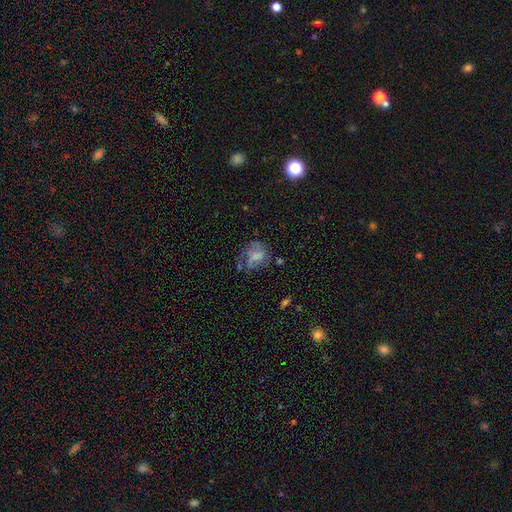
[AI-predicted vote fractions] Q: Smooth or featured?
A: smooth (51%); runner-up: featured or disk (36%)
Q: How rounded?
A: in between (52%); runner-up: round (46%)
Q: Merging?
A: major disturbance (35%); runner-up: none (34%)